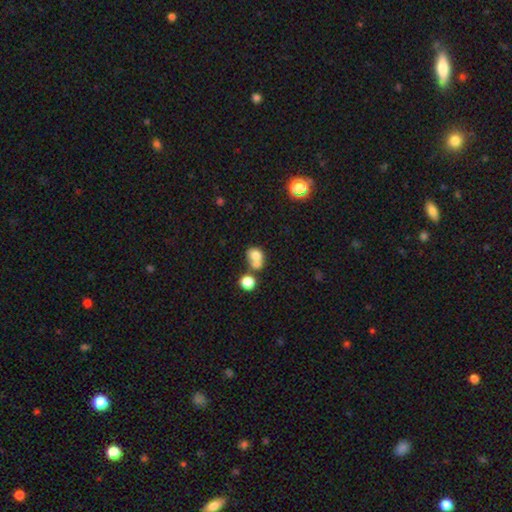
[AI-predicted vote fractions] smooth 74%, featured or disk 15%, star or artifact 11%. Down the decision tree: how rounded — round (60%); merging — merger (57%).